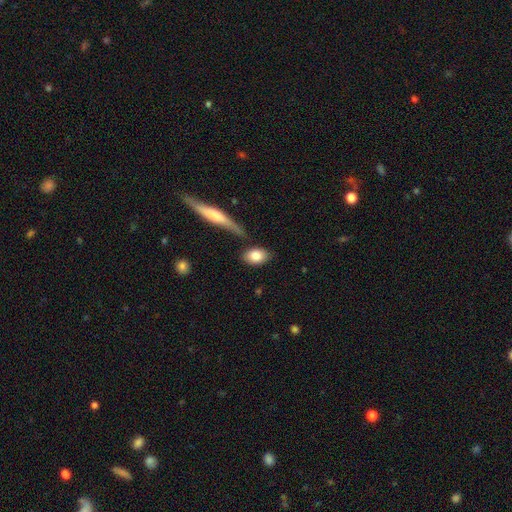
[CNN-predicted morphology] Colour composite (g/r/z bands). It shows a smooth galaxy with no disk features (83%) that is in between round and cigar-shaped (82%). Merging: none (74%).